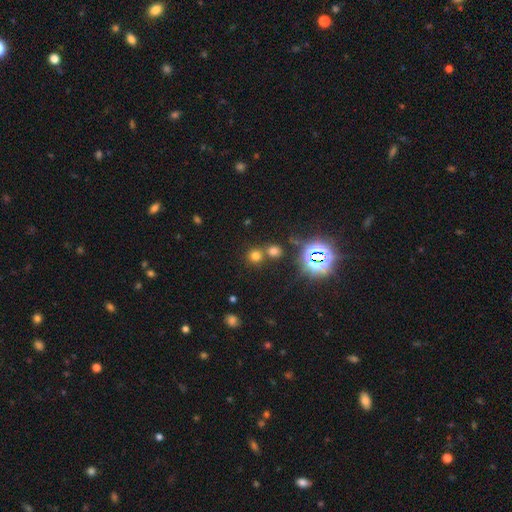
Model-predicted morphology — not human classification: smooth 61%, star or artifact 32%, featured or disk 7%. Down the decision tree: how rounded — round (90%); merging — none (62%).